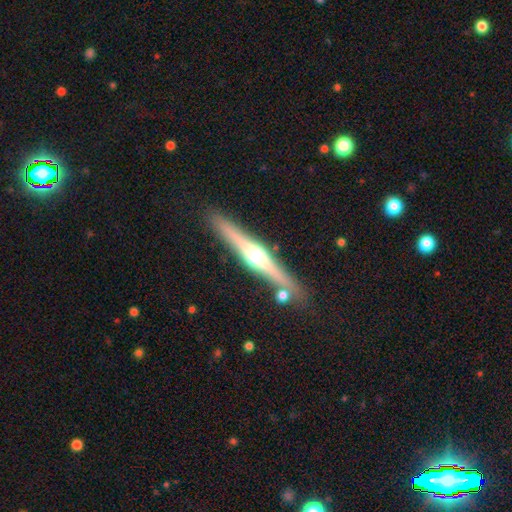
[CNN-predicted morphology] smooth-or-featured: featured or disk: 75% | smooth: 20% | star or artifact: 5%
  disk-edge-on: yes: 97% | no: 3%
    edge-on-bulge: rounded: 92% | boxy: 4% | none: 3%
  merging: none: 85% | minor disturbance: 9% | merger: 4% | major disturbance: 2%